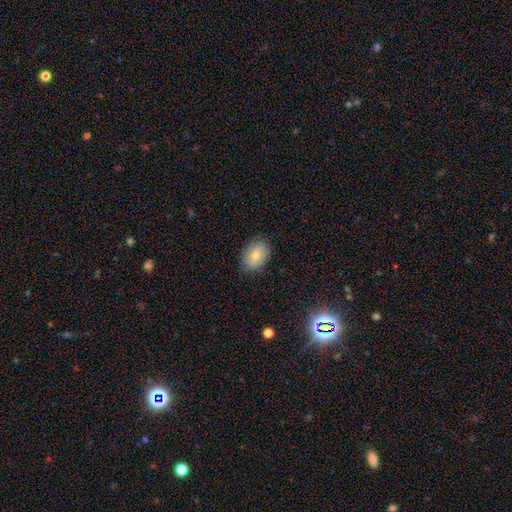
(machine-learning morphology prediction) Smooth or featured? Predicted: smooth (p=0.78). How rounded? Predicted: in between (p=0.81). Merging? Predicted: none (p=0.82).